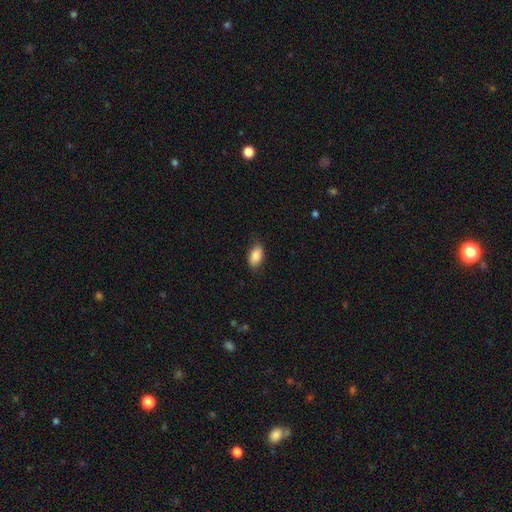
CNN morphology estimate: Q: Smooth or featured?
A: smooth (87%); runner-up: star or artifact (7%)
Q: How rounded?
A: in between (91%); runner-up: round (6%)
Q: Merging?
A: none (80%); runner-up: minor disturbance (16%)